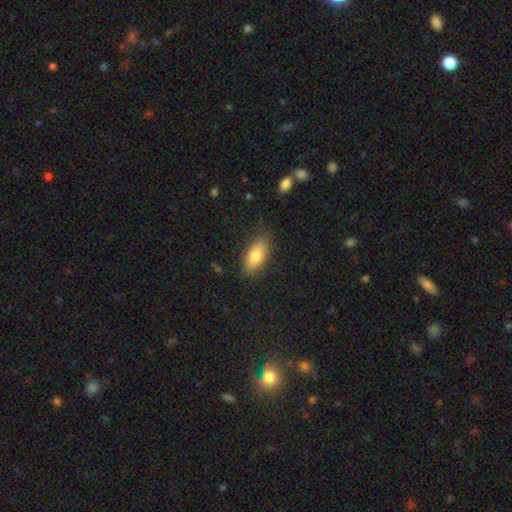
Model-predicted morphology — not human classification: Q: Smooth or featured?
A: smooth (79%); runner-up: featured or disk (13%)
Q: How rounded?
A: in between (86%); runner-up: cigar-shaped (11%)
Q: Merging?
A: none (79%); runner-up: minor disturbance (16%)